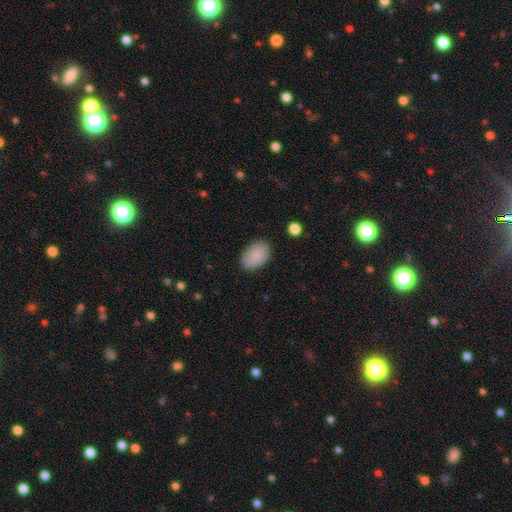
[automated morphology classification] The model was most divided on "merging": none: 83%, minor disturbance: 13%, major disturbance: 3%, merger: 1%. More confident: how rounded — in between (88%); smooth or featured — smooth (85%).